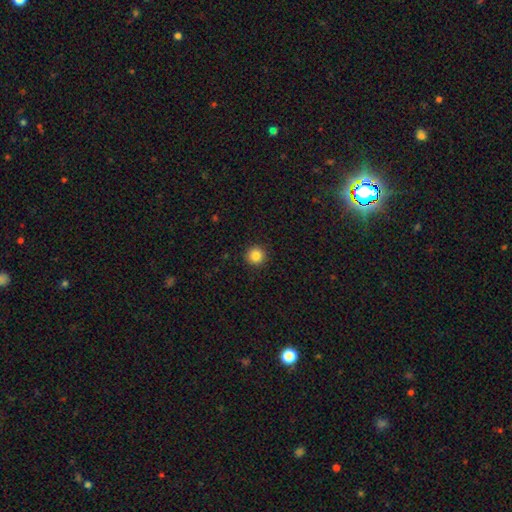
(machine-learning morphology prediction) Overall: smooth (86%). How rounded: round (95%). Merging: none (92%).